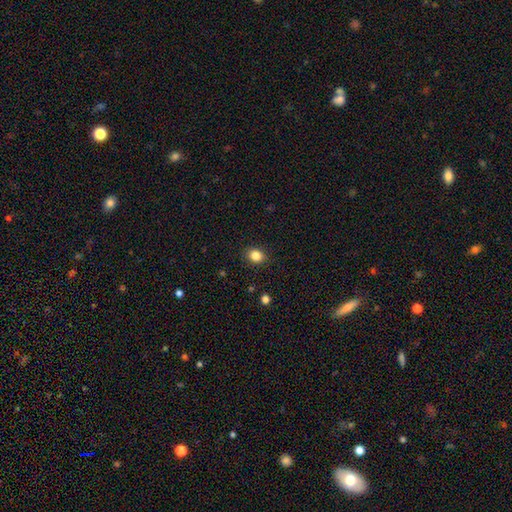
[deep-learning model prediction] smooth_or_featured: smooth (p=0.84) [alt: star or artifact p=0.11]
how_rounded: round (p=0.56) [alt: in between p=0.43]
merging: none (p=0.89) [alt: minor disturbance p=0.08]